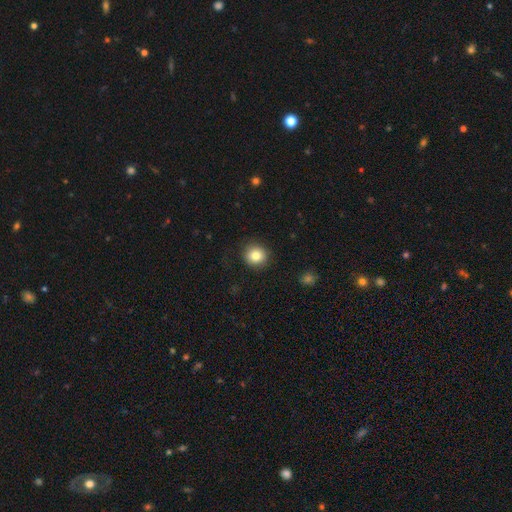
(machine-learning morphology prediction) A smooth galaxy with no disk features (83%) that is round (90%). Merging: none (89%).